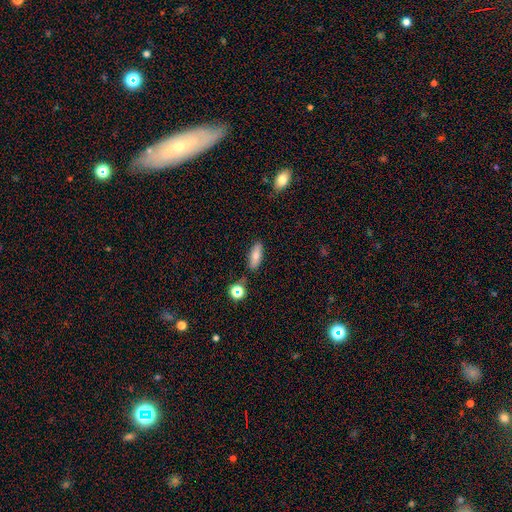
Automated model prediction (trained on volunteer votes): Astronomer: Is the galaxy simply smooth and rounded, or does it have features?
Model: smooth — 75%.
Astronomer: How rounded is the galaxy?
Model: in between — 74%.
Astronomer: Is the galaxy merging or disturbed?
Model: none — 83%.